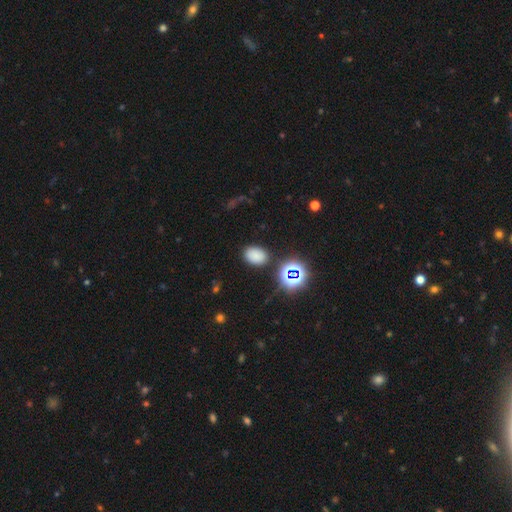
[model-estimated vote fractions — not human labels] Morphology: type=smooth (74%); roundness=in between (79%); merging=none (84%).